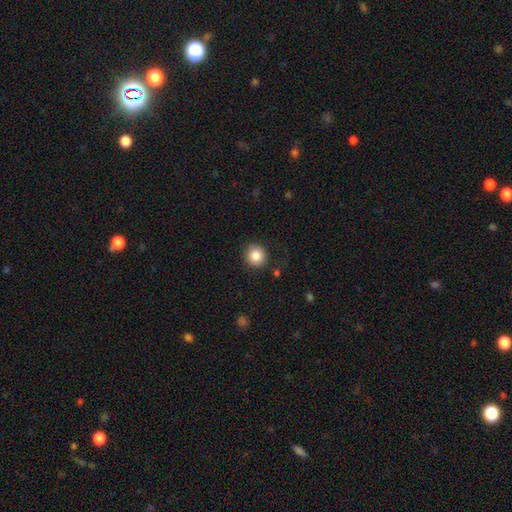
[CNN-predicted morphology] A smooth galaxy with no disk features (85%) that is round (90%). Merging: none (88%).